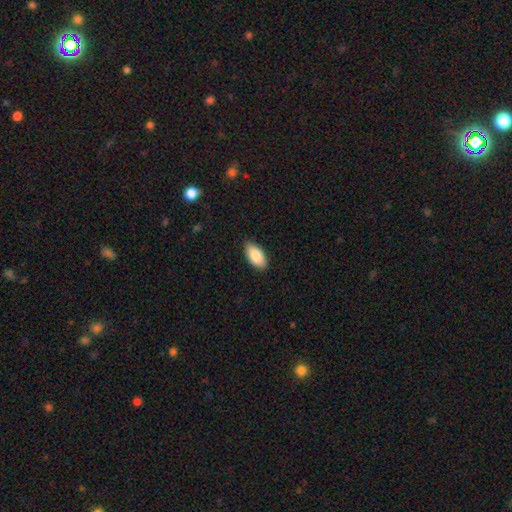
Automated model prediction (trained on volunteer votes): This appears to be a smooth galaxy with no disk features (86%) that is in between round and cigar-shaped (94%). Merging: none (85%).